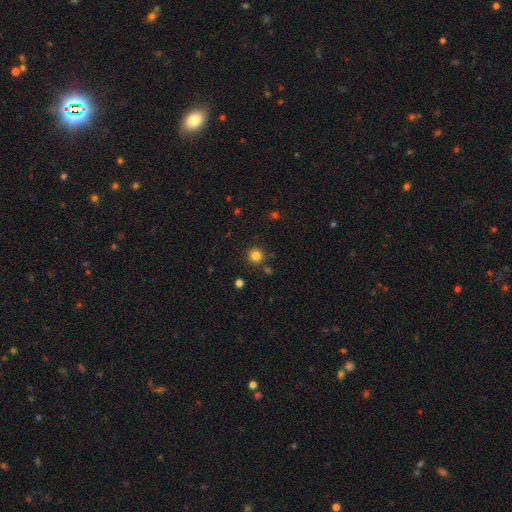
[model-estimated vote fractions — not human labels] Smooth or featured: smooth — 82% (star or artifact — 13%)
How rounded: round — 95% (in between — 4%)
Merging: none — 87% (minor disturbance — 6%)